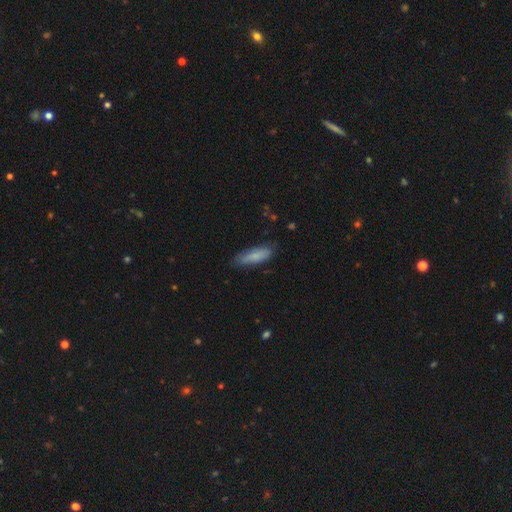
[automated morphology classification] A smooth galaxy with no disk features (82%) that is cigar-shaped (54%).

Vote fractions:
- Smooth or featured? smooth: 82% / featured or disk: 12% / star or artifact: 6%
- How rounded? cigar-shaped: 54% / in between: 45% / round: 2%
- Merging? none: 77% / minor disturbance: 18% / major disturbance: 4% / merger: 1%